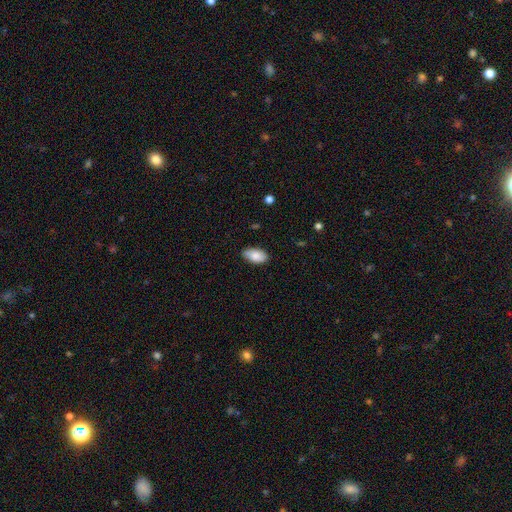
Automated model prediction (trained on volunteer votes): Morphology: type=smooth (85%); roundness=in between (95%); merging=none (84%).